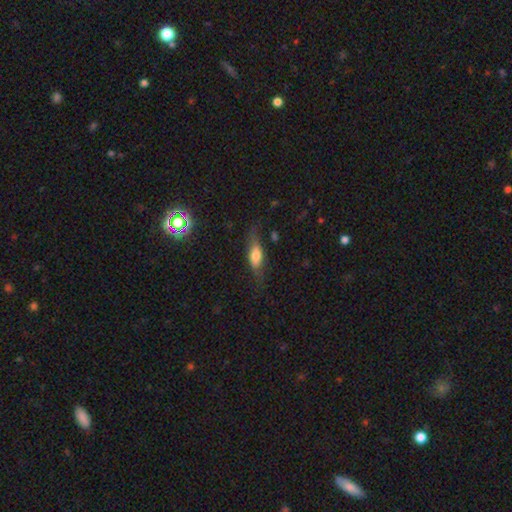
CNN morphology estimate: Smooth or featured? smooth (56%)
How rounded? in between (61%)
Merging? none (65%)